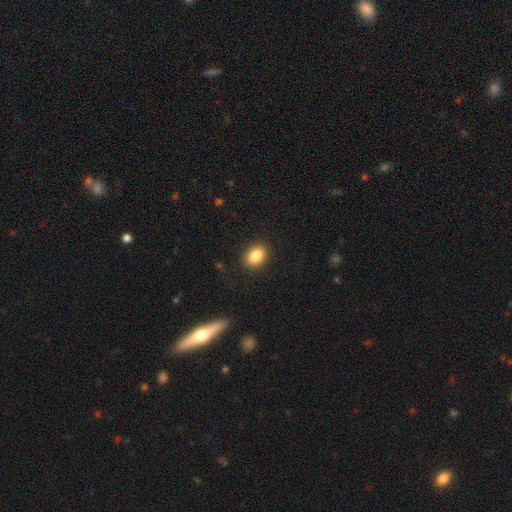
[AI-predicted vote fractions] The model was most divided on "how rounded": in between: 74%, round: 25%, cigar-shaped: 1%. More confident: merging — none (89%); smooth or featured — smooth (86%).